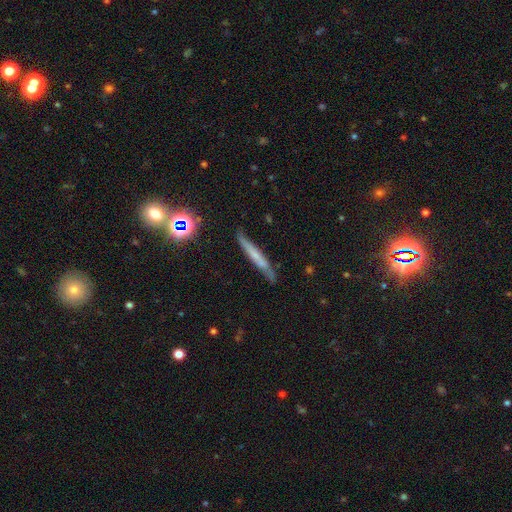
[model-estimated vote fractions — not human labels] A smooth galaxy with no disk features (47%). Merging: none (78%).